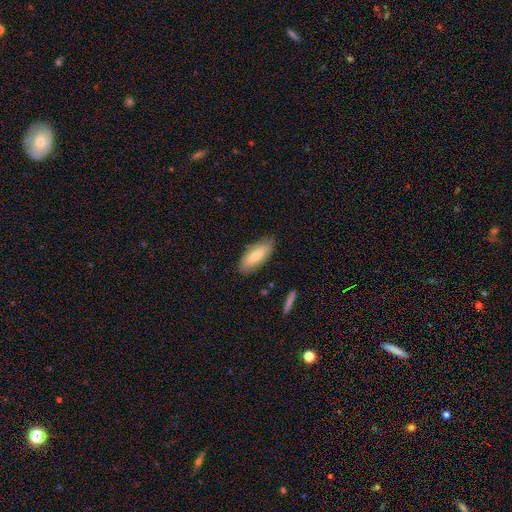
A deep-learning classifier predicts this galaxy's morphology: Overall: smooth (67%; featured or disk 27%). How rounded: in between (76%). Merging: none (79%).